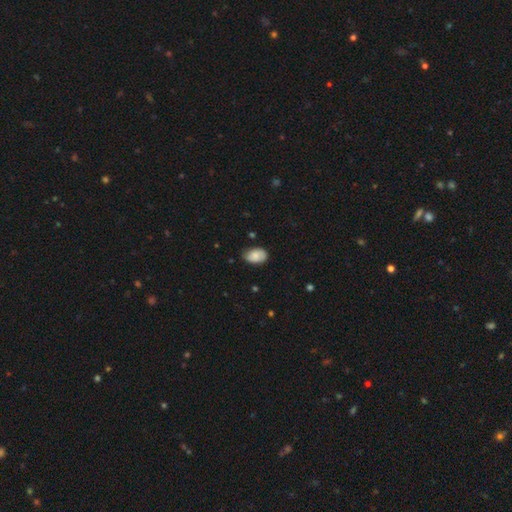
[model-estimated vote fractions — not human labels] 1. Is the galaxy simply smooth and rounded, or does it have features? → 79% smooth, 14% featured or disk, 7% star or artifact.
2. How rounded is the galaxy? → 90% in between, 9% round, 1% cigar-shaped.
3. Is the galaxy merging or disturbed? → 72% none, 23% minor disturbance, 4% major disturbance, 1% merger.